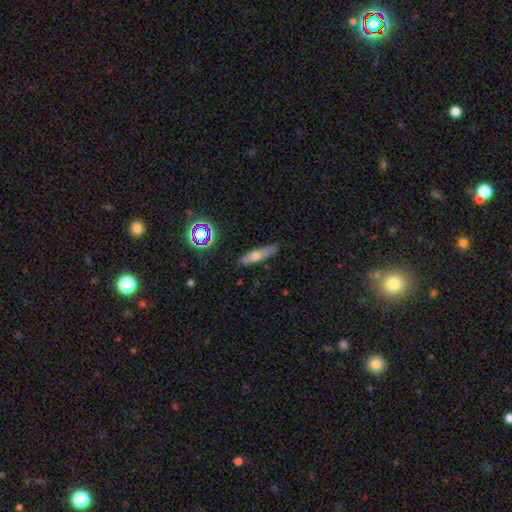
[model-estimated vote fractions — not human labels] smooth_or_featured: smooth (p=0.57) [alt: featured or disk p=0.32]
how_rounded: cigar-shaped (p=0.73) [alt: in between p=0.24]
merging: none (p=0.82) [alt: minor disturbance p=0.14]